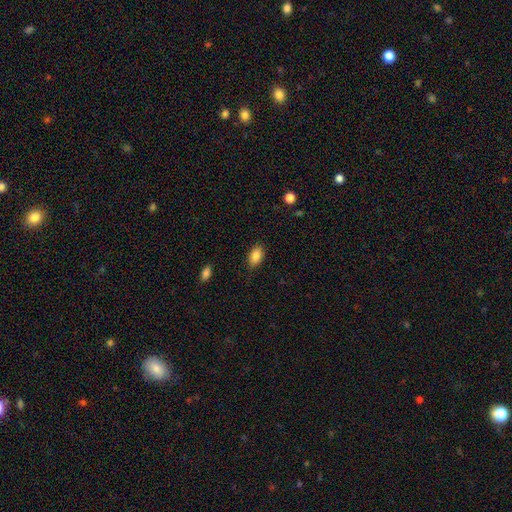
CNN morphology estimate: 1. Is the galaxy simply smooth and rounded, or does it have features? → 85% smooth, 8% star or artifact, 7% featured or disk.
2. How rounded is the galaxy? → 90% in between, 7% round, 4% cigar-shaped.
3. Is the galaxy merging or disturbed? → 82% none, 15% minor disturbance, 3% major disturbance, 1% merger.